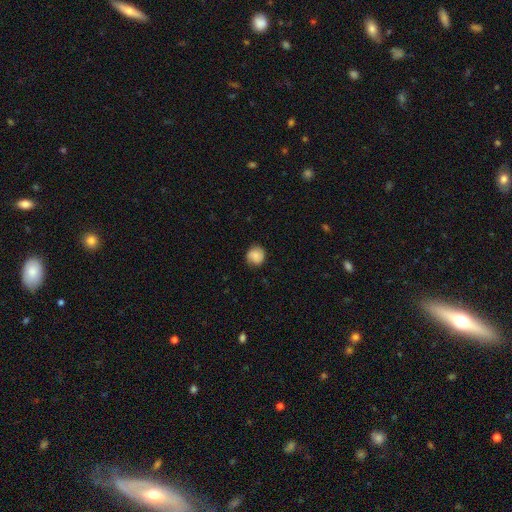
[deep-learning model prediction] Morphology: type=smooth (65%); roundness=round (85%); merging=none (80%).